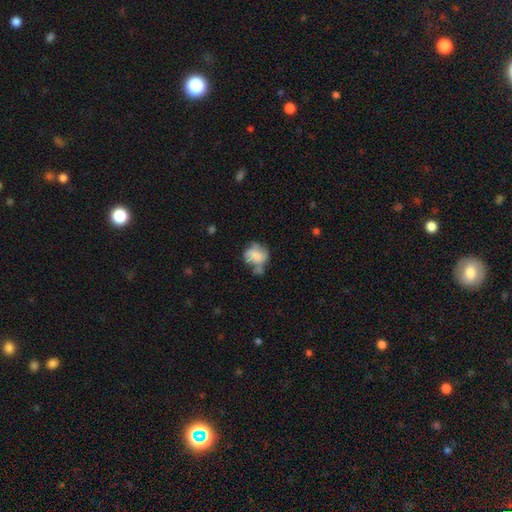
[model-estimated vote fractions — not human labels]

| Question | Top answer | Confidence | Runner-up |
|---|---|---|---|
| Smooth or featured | smooth | 58% | featured or disk (32%) |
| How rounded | round | 55% | in between (44%) |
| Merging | none | 35% | minor disturbance (27%) |